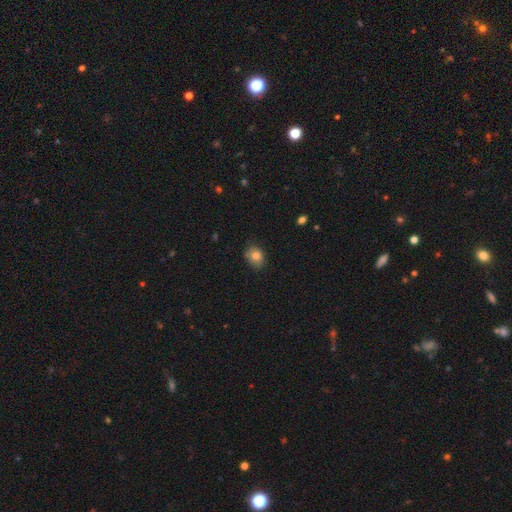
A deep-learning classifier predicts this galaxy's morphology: This appears to be a smooth galaxy with no disk features (80%) that is in between round and cigar-shaped (55%). Merging: none (76%).